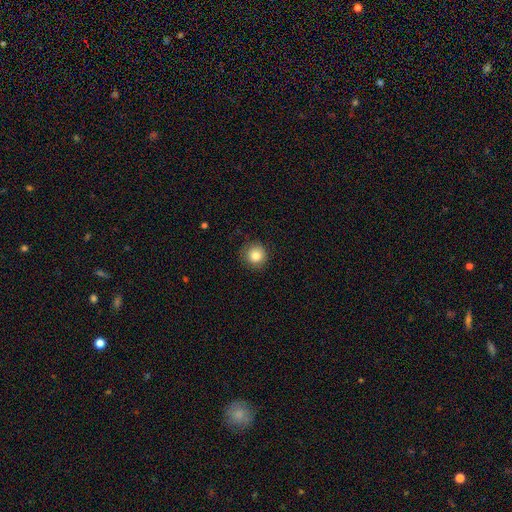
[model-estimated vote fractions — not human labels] Smooth or featured? smooth (83%)
How rounded? round (94%)
Merging? none (87%)